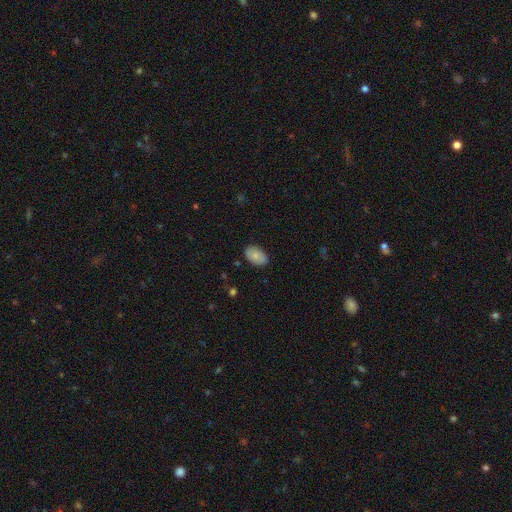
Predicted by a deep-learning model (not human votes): A smooth galaxy with no disk features (78%) that is in between round and cigar-shaped (92%).

Vote fractions:
- Smooth or featured? smooth: 78% / featured or disk: 15% / star or artifact: 7%
- How rounded? in between: 92% / round: 7% / cigar-shaped: 1%
- Merging? none: 82% / minor disturbance: 14% / major disturbance: 2% / merger: 1%